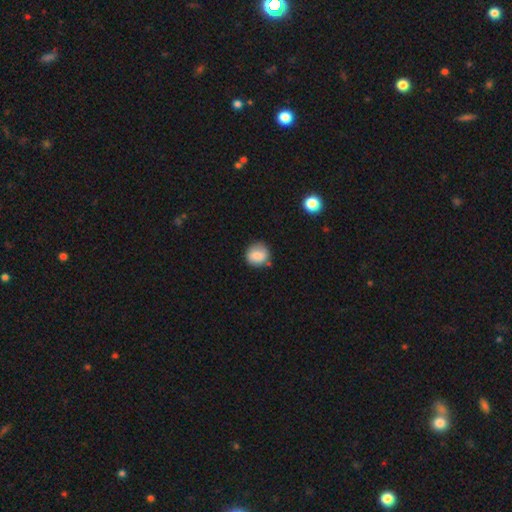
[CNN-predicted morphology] Overall: smooth (80%). How rounded: round (87%). Merging: none (74%).